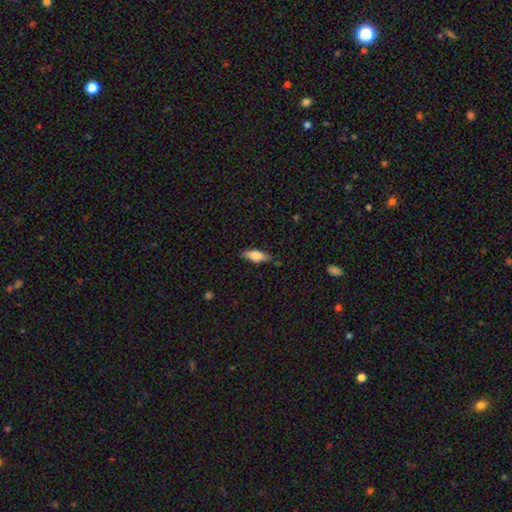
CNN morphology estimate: This is likely a smooth galaxy (78%). How rounded: likely in between (66%). Merging: likely none (80%).